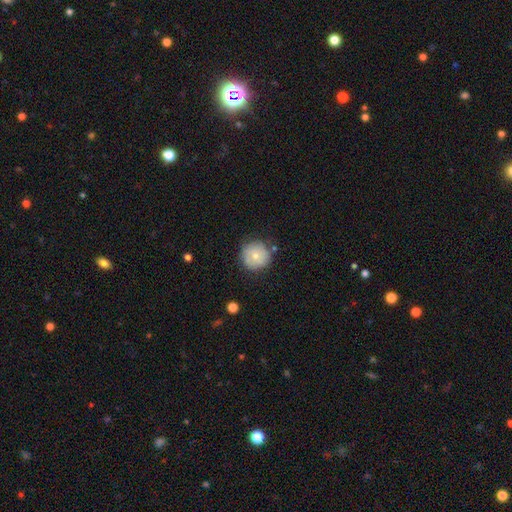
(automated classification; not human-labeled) smooth_or_featured: smooth (p=0.71) [alt: featured or disk p=0.21]
how_rounded: round (p=0.94) [alt: in between p=0.05]
merging: none (p=0.76) [alt: minor disturbance p=0.17]